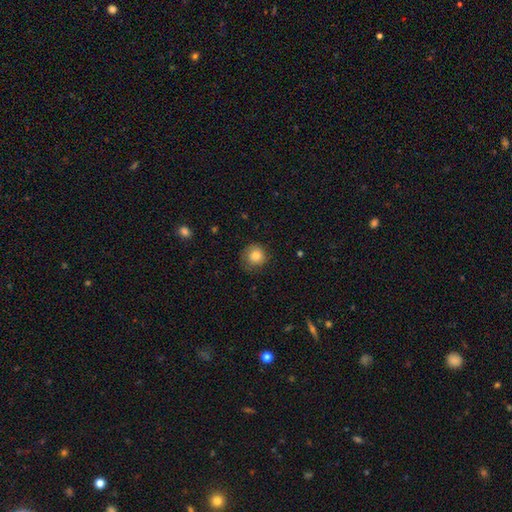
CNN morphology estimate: This is clearly a smooth galaxy (82%). How rounded: clearly round (92%). Merging: likely none (75%).